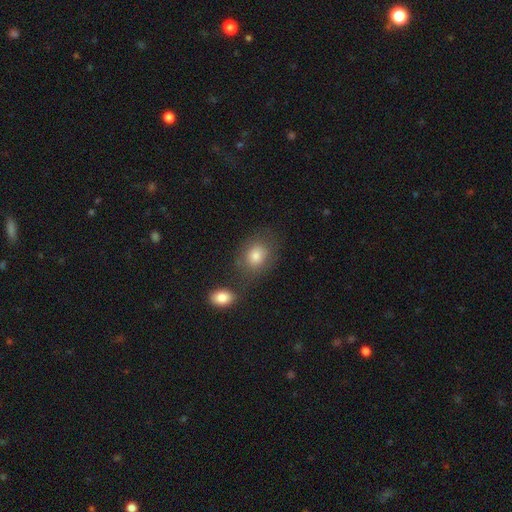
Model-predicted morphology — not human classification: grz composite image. It shows a smooth galaxy with no disk features (80%) that is in between round and cigar-shaped (62%). Merging: none (63%).